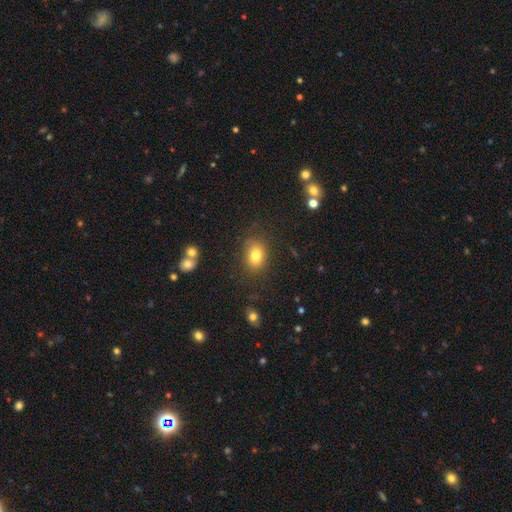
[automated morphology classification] Smooth or featured?
  - smooth: 79% *
  - star or artifact: 11%
  - featured or disk: 10%
How rounded?
  - in between: 67% *
  - round: 32%
  - cigar-shaped: 1%
Merging?
  - none: 75% *
  - minor disturbance: 16%
  - major disturbance: 6%
  - merger: 3%